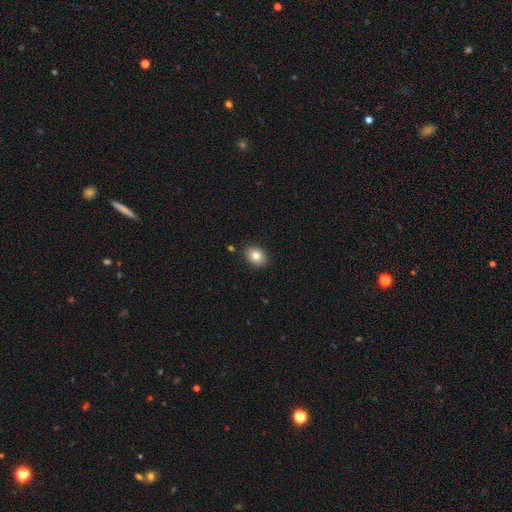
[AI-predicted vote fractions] Smooth or featured?
  - smooth: 81% *
  - featured or disk: 10%
  - star or artifact: 9%
How rounded?
  - in between: 67% *
  - round: 32%
  - cigar-shaped: 1%
Merging?
  - none: 88% *
  - minor disturbance: 8%
  - major disturbance: 2%
  - merger: 2%